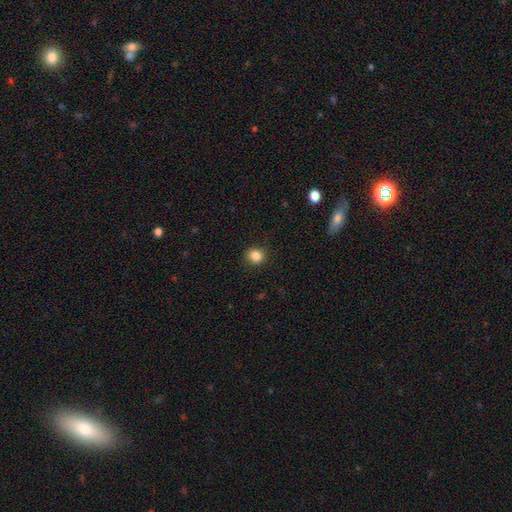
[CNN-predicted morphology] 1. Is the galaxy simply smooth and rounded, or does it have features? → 86% smooth, 11% star or artifact, 4% featured or disk.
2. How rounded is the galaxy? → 82% round, 17% in between, 1% cigar-shaped.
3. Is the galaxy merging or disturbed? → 88% none, 8% minor disturbance, 2% major disturbance, 1% merger.